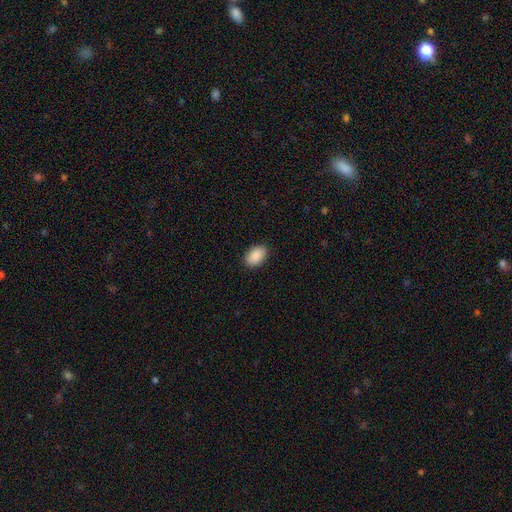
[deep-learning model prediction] A smooth galaxy with no disk features (91%) that is in between round and cigar-shaped (92%).

Vote fractions:
- Smooth or featured? smooth: 91% / star or artifact: 6% / featured or disk: 3%
- How rounded? in between: 92% / round: 7% / cigar-shaped: 1%
- Merging? none: 89% / minor disturbance: 8% / major disturbance: 2% / merger: 1%